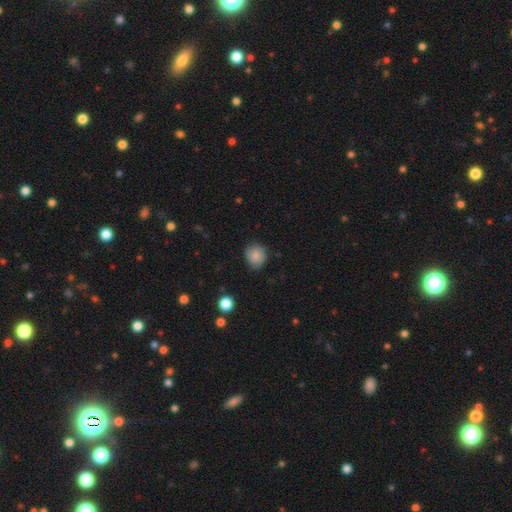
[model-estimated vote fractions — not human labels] A smooth galaxy with no disk features (81%) that is round (80%).

Vote fractions:
- Smooth or featured? smooth: 81% / featured or disk: 10% / star or artifact: 8%
- How rounded? round: 80% / in between: 19% / cigar-shaped: 1%
- Merging? none: 76% / minor disturbance: 19% / major disturbance: 4% / merger: 1%